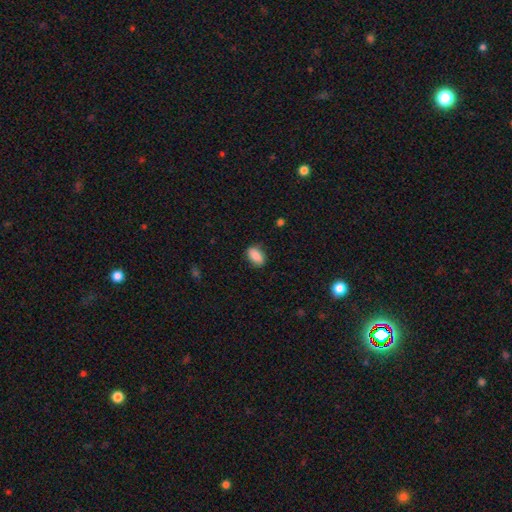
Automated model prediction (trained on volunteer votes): Smooth or featured? smooth (85%)
How rounded? in between (90%)
Merging? none (86%)